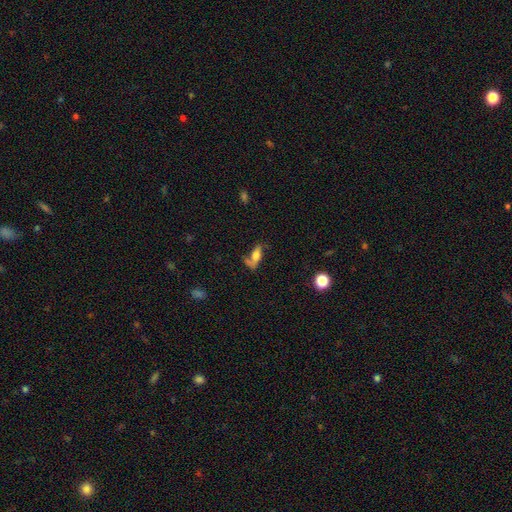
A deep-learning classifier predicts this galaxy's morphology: Smooth or featured?
  - smooth: 48% *
  - featured or disk: 41%
  - star or artifact: 10%
Merging?
  - none: 41% *
  - major disturbance: 26%
  - minor disturbance: 23%
  - merger: 10%